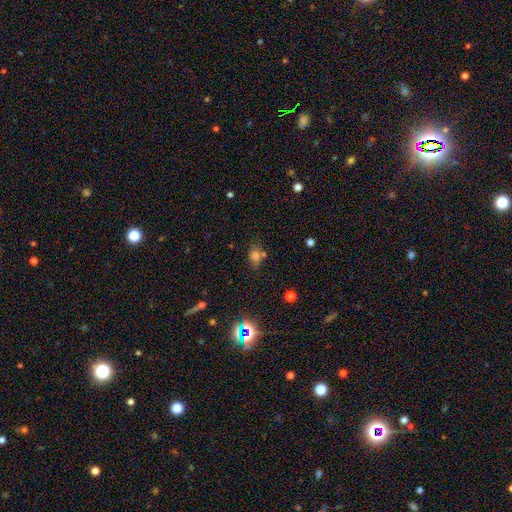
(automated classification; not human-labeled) Smooth or featured? smooth (71%)
How rounded? in between (60%)
Merging? none (64%)